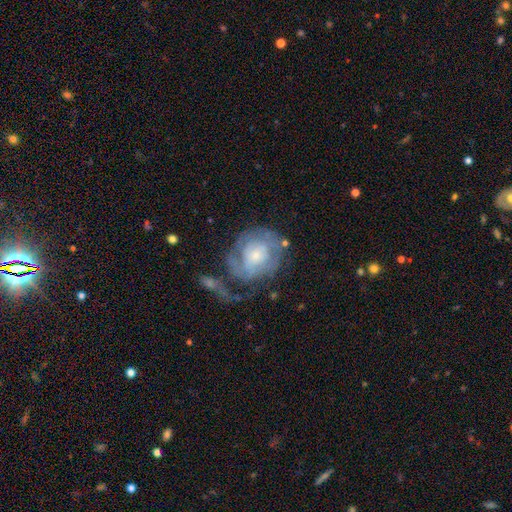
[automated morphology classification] Smooth or featured? Predicted: featured or disk (p=0.69). Edge-on disk? Predicted: no (p=0.97). Bar? Predicted: no (p=0.75). Spiral arms? Predicted: yes (p=0.72). Bulge size? Predicted: small (p=0.63). Merging? Predicted: none (p=0.36).